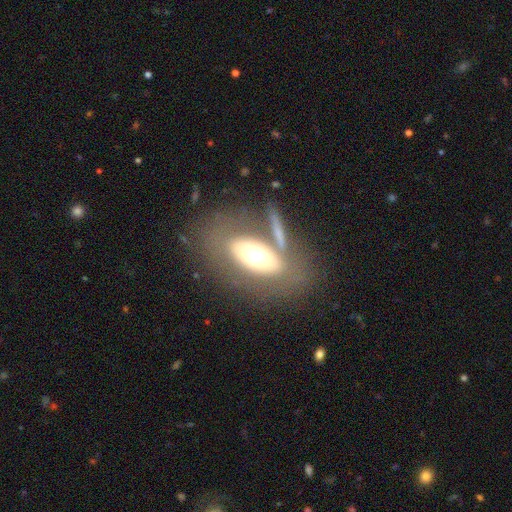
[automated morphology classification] A smooth galaxy with no disk features (47%). Merging: none (59%).